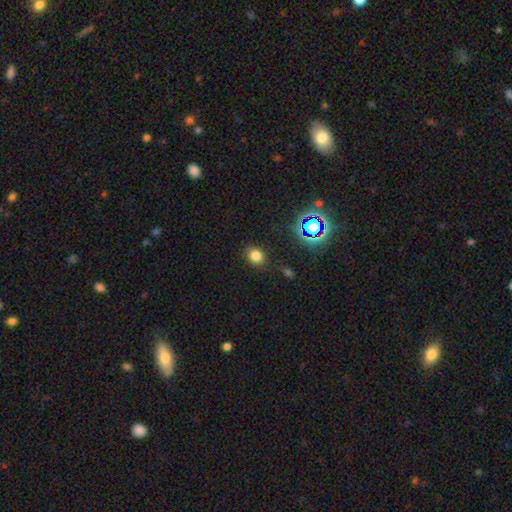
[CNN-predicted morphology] A smooth galaxy with no disk features (78%) that is round (57%). Merging: none (85%).